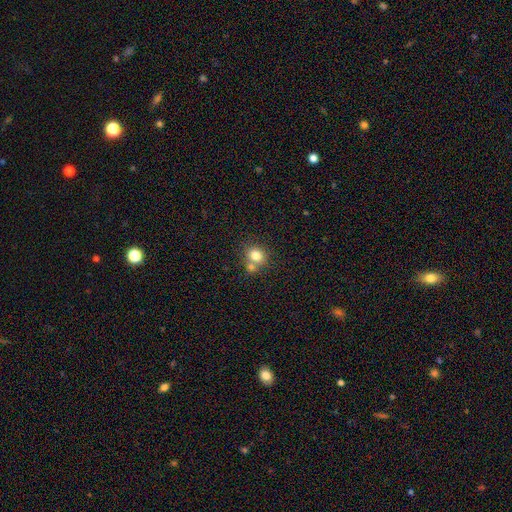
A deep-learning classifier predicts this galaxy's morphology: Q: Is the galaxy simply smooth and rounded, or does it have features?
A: smooth — 79%.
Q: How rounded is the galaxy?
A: round — 71%.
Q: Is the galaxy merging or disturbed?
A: none — 51%.